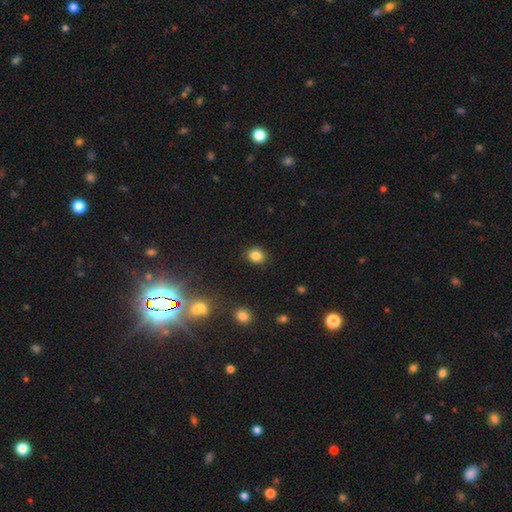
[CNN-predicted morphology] A smooth galaxy with no disk features (84%) that is round (70%). Merging: none (88%).